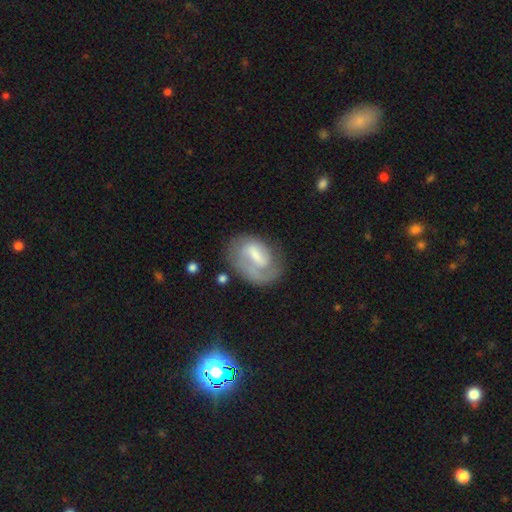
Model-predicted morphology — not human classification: This is likely a featured or disk galaxy (61%). It is clearly not viewed edge-on (96%). Bar: possibly weak (46%). Spiral arm pattern: likely yes (76%). Central bulge: marginally moderate (32%). Merging: possibly none (52%).